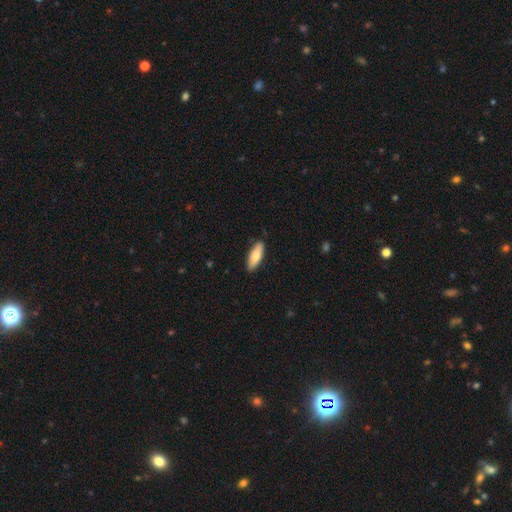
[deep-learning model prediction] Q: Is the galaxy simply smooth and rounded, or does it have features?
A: smooth — 77%.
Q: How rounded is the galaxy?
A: in between — 58%.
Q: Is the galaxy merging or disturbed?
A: none — 88%.